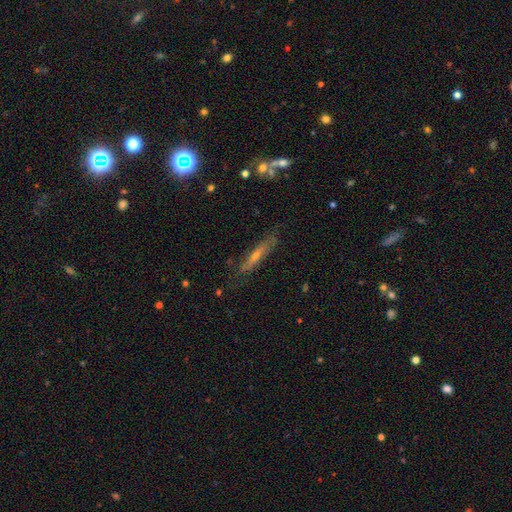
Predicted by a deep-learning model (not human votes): Smooth or featured? Predicted: featured or disk (p=0.58). Edge-on disk? Predicted: yes (p=0.79). Merging? Predicted: none (p=0.74).